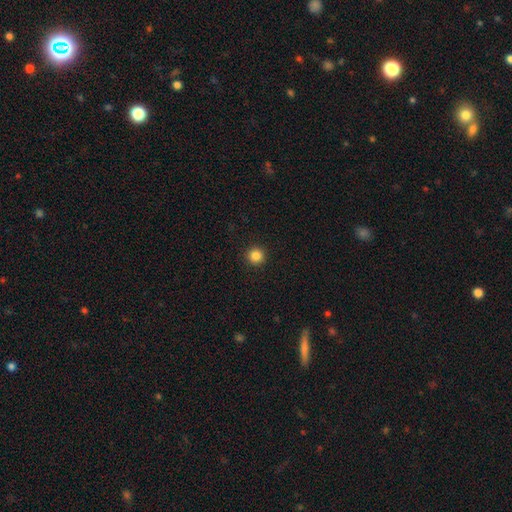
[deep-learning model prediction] Smooth or featured: smooth — 85% (star or artifact — 12%)
How rounded: round — 96% (in between — 3%)
Merging: none — 94% (minor disturbance — 4%)